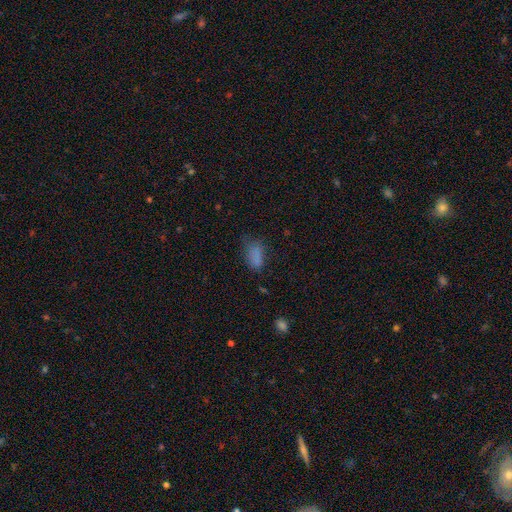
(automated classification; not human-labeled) Q: Smooth or featured?
A: smooth (79%); runner-up: star or artifact (13%)
Q: How rounded?
A: in between (89%); runner-up: round (7%)
Q: Merging?
A: none (50%); runner-up: minor disturbance (31%)